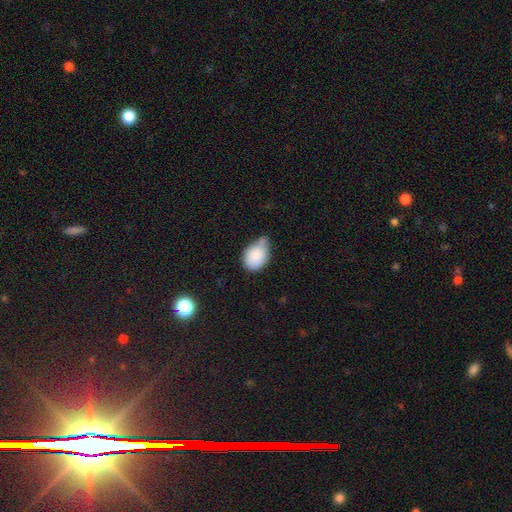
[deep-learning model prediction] A smooth galaxy with no disk features (86%) that is in between round and cigar-shaped (76%).

Vote fractions:
- Smooth or featured? smooth: 86% / star or artifact: 7% / featured or disk: 6%
- How rounded? in between: 76% / round: 22% / cigar-shaped: 1%
- Merging? minor disturbance: 48% / none: 32% / merger: 10% / major disturbance: 10%